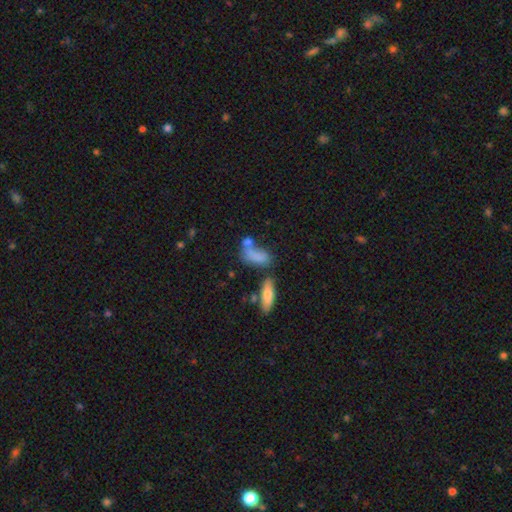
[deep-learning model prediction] smooth_or_featured: smooth (p=0.73) [alt: featured or disk p=0.16]
how_rounded: in between (p=0.78) [alt: cigar-shaped p=0.16]
merging: none (p=0.36) [tied with: merger p=0.36]